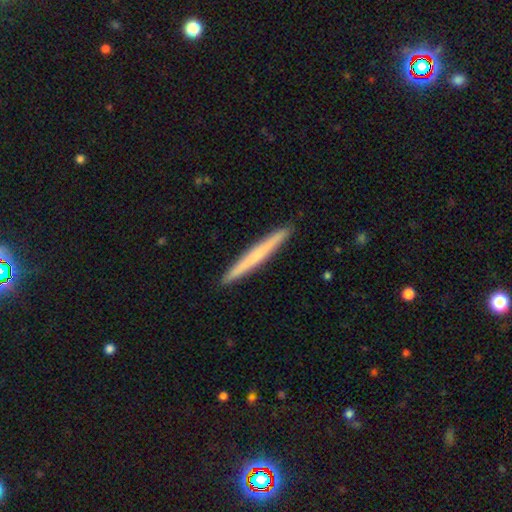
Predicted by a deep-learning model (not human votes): smooth-or-featured: smooth: 52% | featured or disk: 43% | star or artifact: 5%
  how-rounded: cigar-shaped: 97% | in between: 2% | round: 1%
  merging: none: 93% | minor disturbance: 5% | major disturbance: 1% | merger: 1%